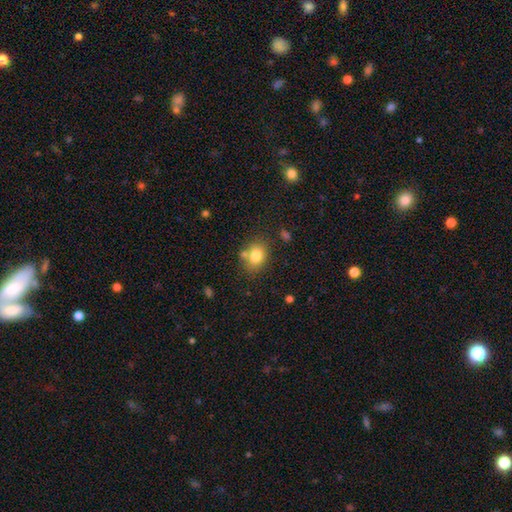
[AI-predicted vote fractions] This appears to be a smooth galaxy with no disk features (79%) that is in between round and cigar-shaped (54%). Merging: none (68%).